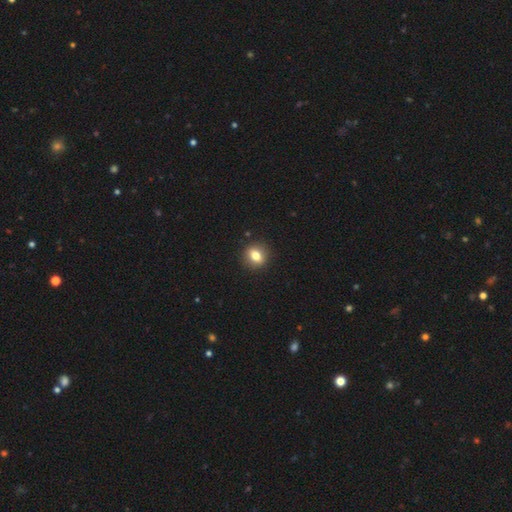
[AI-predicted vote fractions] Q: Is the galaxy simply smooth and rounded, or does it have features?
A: smooth — 77%.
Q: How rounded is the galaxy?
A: round — 61%.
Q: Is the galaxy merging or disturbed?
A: none — 90%.